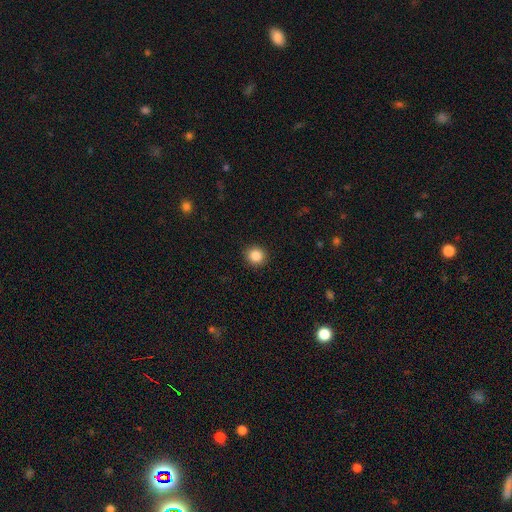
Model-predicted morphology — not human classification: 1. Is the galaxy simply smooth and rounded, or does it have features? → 86% smooth, 10% star or artifact, 4% featured or disk.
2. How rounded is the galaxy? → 91% round, 8% in between, 1% cigar-shaped.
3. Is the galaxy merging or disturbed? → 92% none, 6% minor disturbance, 2% major disturbance, 1% merger.